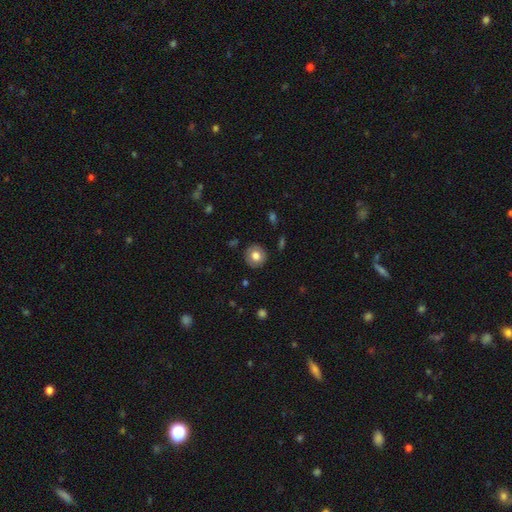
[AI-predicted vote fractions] Smooth or featured? Predicted: smooth (p=0.74). How rounded? Predicted: round (p=0.89). Merging? Predicted: none (p=0.87).